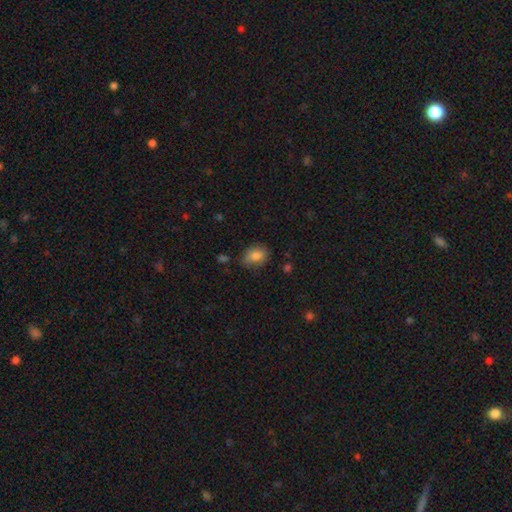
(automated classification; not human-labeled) The model was most divided on "how rounded": in between: 62%, round: 37%, cigar-shaped: 1%. More confident: smooth or featured — smooth (82%); merging — none (71%).